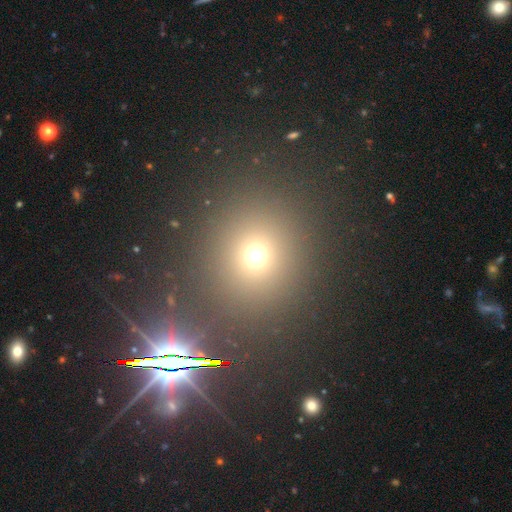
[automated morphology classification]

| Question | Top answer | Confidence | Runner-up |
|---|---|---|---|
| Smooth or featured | smooth | 68% | star or artifact (24%) |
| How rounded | round | 83% | in between (15%) |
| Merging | none | 73% | merger (12%) |